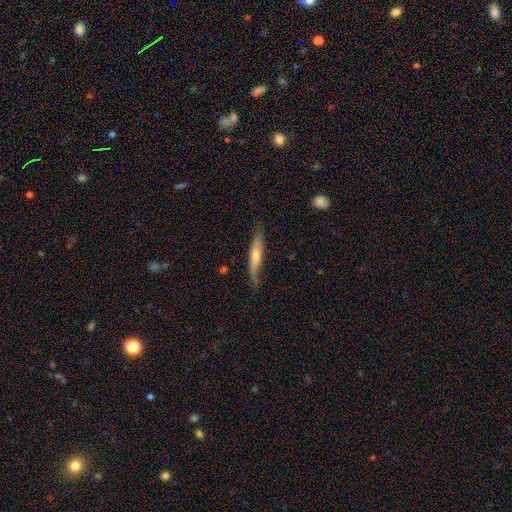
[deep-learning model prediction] Overall: smooth (47%, tied with featured or disk). Merging: none (73%).